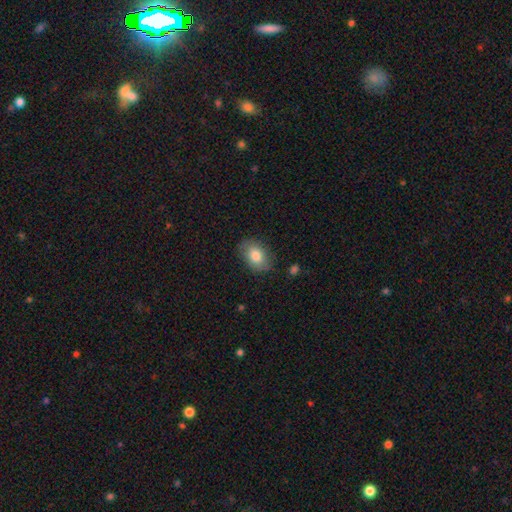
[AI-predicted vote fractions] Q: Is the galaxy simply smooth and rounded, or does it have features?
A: smooth — 80%.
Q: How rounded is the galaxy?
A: in between — 84%.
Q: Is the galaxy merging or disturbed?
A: none — 80%.